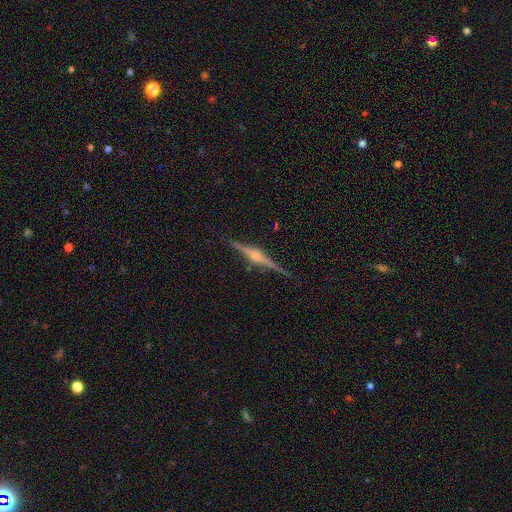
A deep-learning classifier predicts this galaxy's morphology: A featured or disk galaxy (84%) viewed edge-on (98%) with a rounded central bulge (79%). Merging: none (87%).